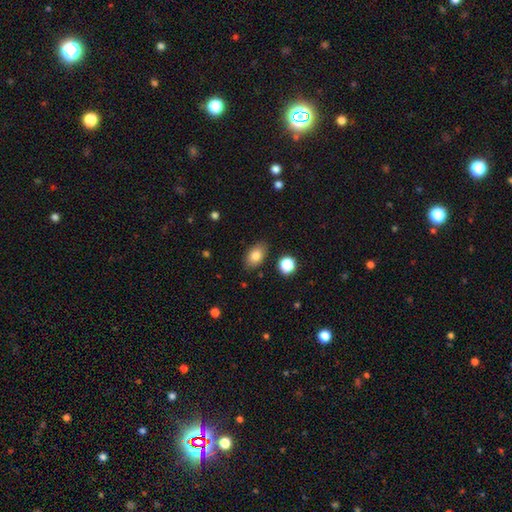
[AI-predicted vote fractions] smooth 83%, star or artifact 9%, featured or disk 8%. Down the decision tree: how rounded — in between (87%); merging — none (83%).